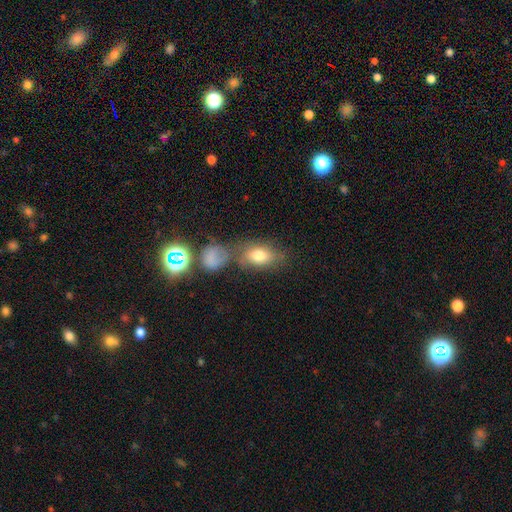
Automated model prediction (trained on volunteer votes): star or artifact 42% (tied), smooth 42% (tied), featured or disk 17%.